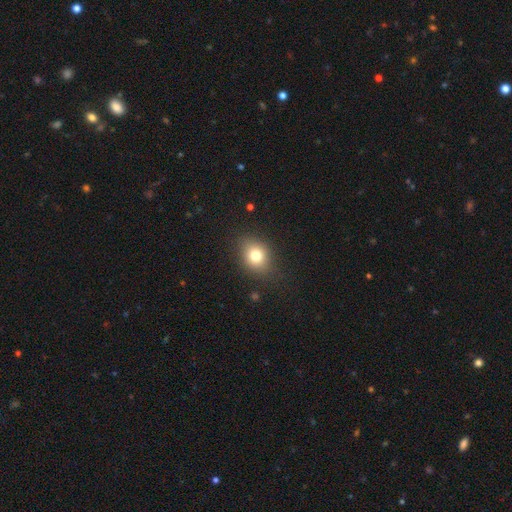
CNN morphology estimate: Overall: smooth (77%). How rounded: in between (52%; round 47%). Merging: none (82%).